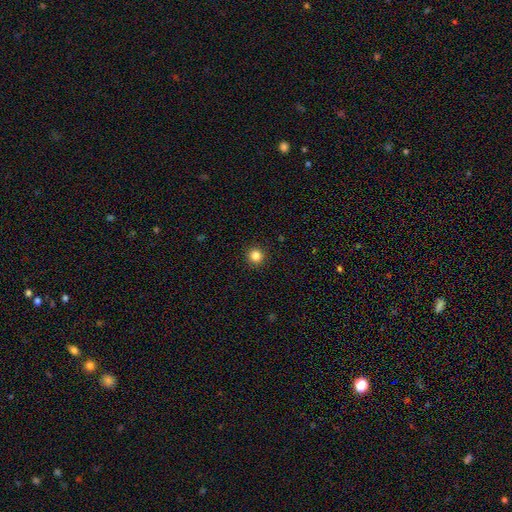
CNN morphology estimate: This appears to be a smooth galaxy with no disk features (84%) that is round (94%). Merging: none (93%).